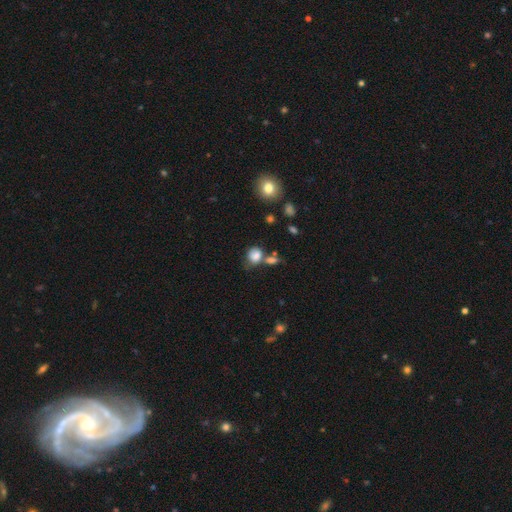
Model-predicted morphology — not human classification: smooth_or_featured: smooth (p=0.82) [alt: star or artifact p=0.10]
how_rounded: round (p=0.56) [alt: in between p=0.43]
merging: none (p=0.45) [alt: merger p=0.27]